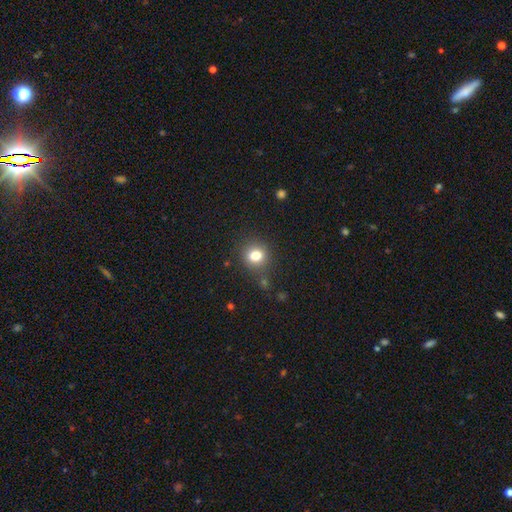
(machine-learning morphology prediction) Smooth or featured?
  - smooth: 80% *
  - star or artifact: 13%
  - featured or disk: 8%
How rounded?
  - round: 81% *
  - in between: 18%
  - cigar-shaped: 1%
Merging?
  - none: 81% *
  - minor disturbance: 10%
  - merger: 4%
  - major disturbance: 4%